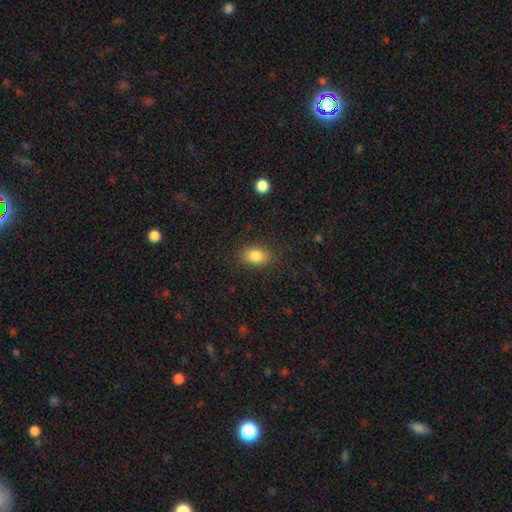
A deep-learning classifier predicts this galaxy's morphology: This appears to be a smooth galaxy with no disk features (84%) that is in between round and cigar-shaped (79%). Merging: none (85%).